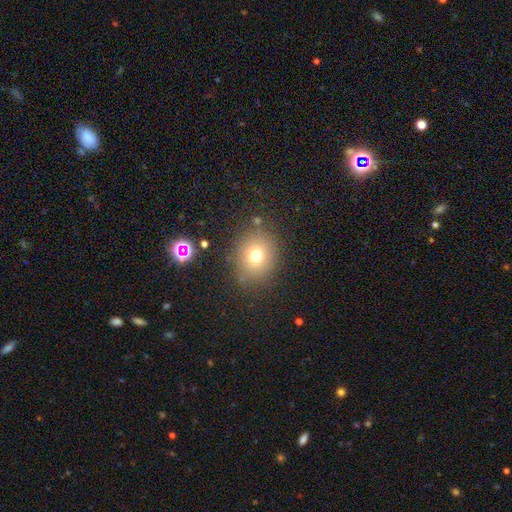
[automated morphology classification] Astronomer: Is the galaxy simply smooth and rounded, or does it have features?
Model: smooth — 72%.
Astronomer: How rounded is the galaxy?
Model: round — 71%.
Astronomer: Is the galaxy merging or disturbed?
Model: none — 82%.